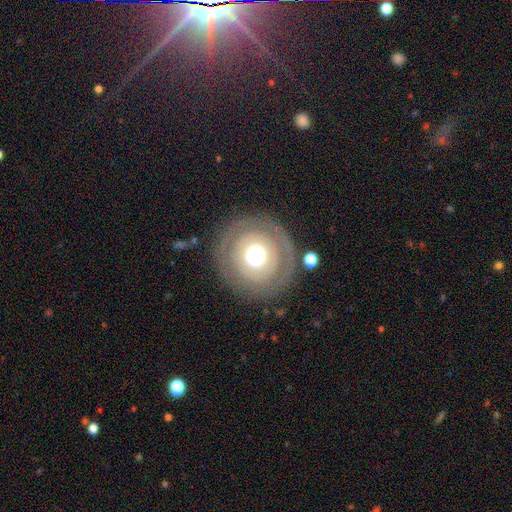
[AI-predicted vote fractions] Smooth or featured: smooth — 50% (featured or disk — 42%)
How rounded: round — 94% (in between — 5%)
Merging: none — 83% (minor disturbance — 9%)